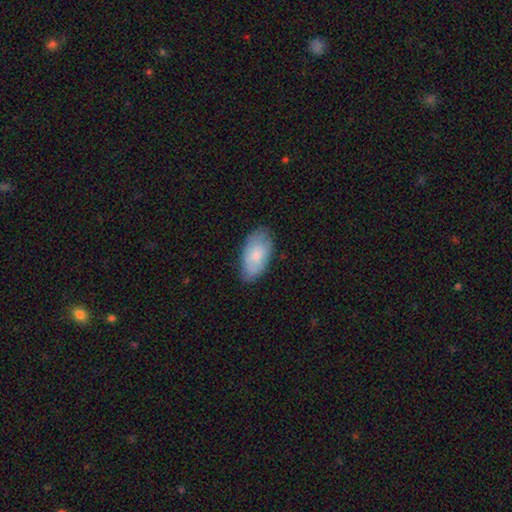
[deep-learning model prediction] Smooth or featured? Predicted: smooth (p=0.74). How rounded? Predicted: in between (p=0.95). Merging? Predicted: none (p=0.76).